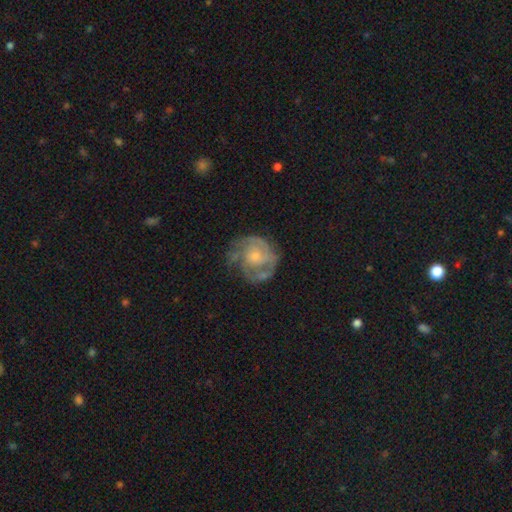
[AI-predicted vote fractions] Q: Smooth or featured?
A: featured or disk (73%); runner-up: smooth (20%)
Q: Edge-on disk?
A: no (98%); runner-up: yes (2%)
Q: Bar?
A: no (76%); runner-up: weak (21%)
Q: Spiral arms?
A: yes (81%); runner-up: no (19%)
Q: Spiral winding?
A: tight (49%); runner-up: medium (37%)
Q: Spiral arm count?
A: can't tell (34%); runner-up: 3 (26%)
Q: Bulge size?
A: small (51%); runner-up: moderate (39%)
Q: Merging?
A: none (55%); runner-up: minor disturbance (24%)